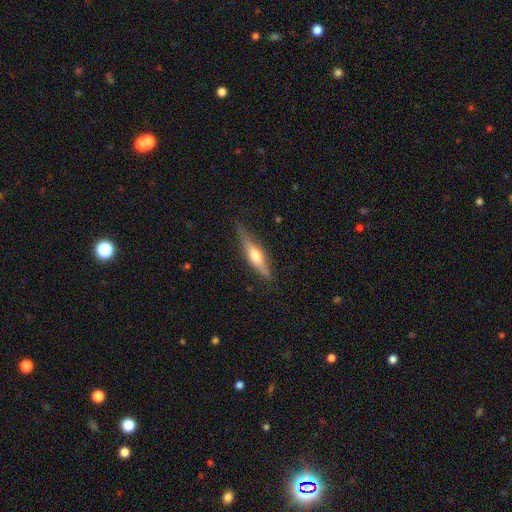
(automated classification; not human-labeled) This is possibly a featured or disk galaxy (52%). It is clearly viewed edge-on (92%). Merging: likely none (75%).